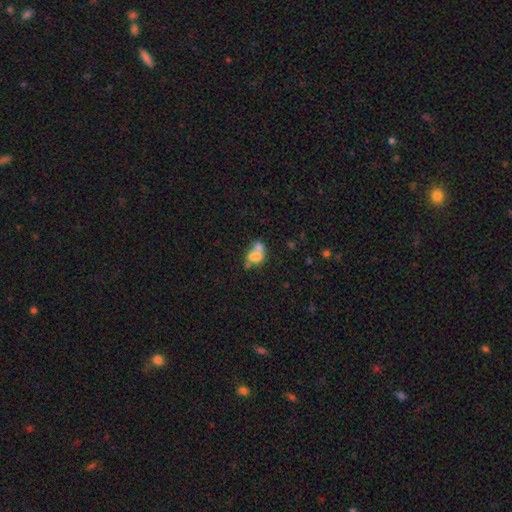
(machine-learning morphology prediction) smooth_or_featured: smooth (p=0.64) [alt: featured or disk p=0.25]
how_rounded: in between (p=0.64) [alt: round p=0.35]
merging: merger (p=0.62) [alt: none p=0.22]